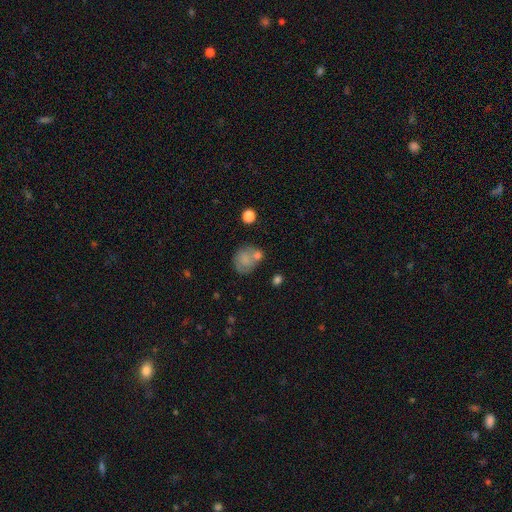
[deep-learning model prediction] A smooth galaxy with no disk features (65%) that is round (68%).

Vote fractions:
- Smooth or featured? smooth: 65% / featured or disk: 22% / star or artifact: 13%
- How rounded? round: 68% / in between: 30% / cigar-shaped: 1%
- Merging? none: 48% / merger: 25% / minor disturbance: 18% / major disturbance: 9%